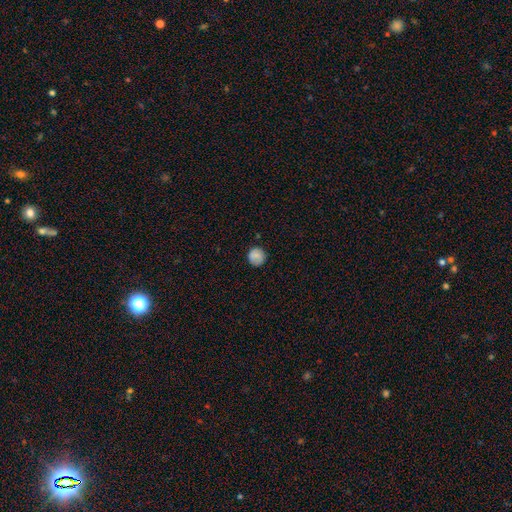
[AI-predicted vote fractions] Smooth or featured?
  - smooth: 83% *
  - star or artifact: 9%
  - featured or disk: 8%
How rounded?
  - round: 92% *
  - in between: 7%
  - cigar-shaped: 1%
Merging?
  - none: 85% *
  - minor disturbance: 11%
  - major disturbance: 3%
  - merger: 1%